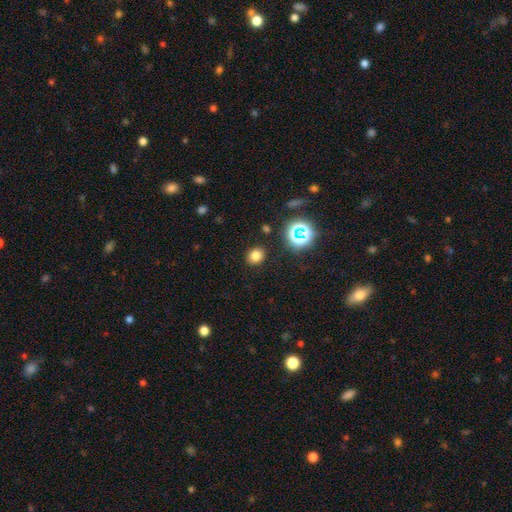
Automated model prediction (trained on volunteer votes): Smooth or featured? smooth (76%)
How rounded? round (66%)
Merging? none (88%)